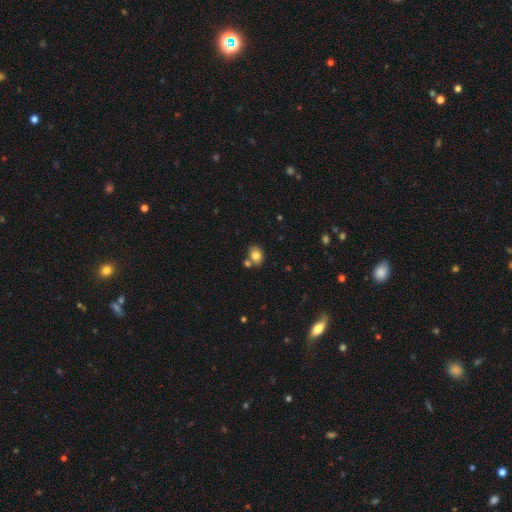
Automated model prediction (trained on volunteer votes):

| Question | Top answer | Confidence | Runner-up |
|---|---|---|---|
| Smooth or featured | smooth | 81% | star or artifact (10%) |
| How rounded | in between | 59% | round (40%) |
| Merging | none | 65% | merger (20%) |